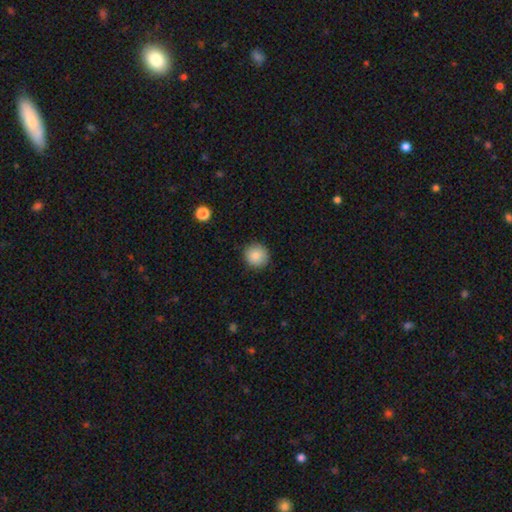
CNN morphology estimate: smooth 85%, star or artifact 9%, featured or disk 6%. Down the decision tree: how rounded — round (93%); merging — none (89%).